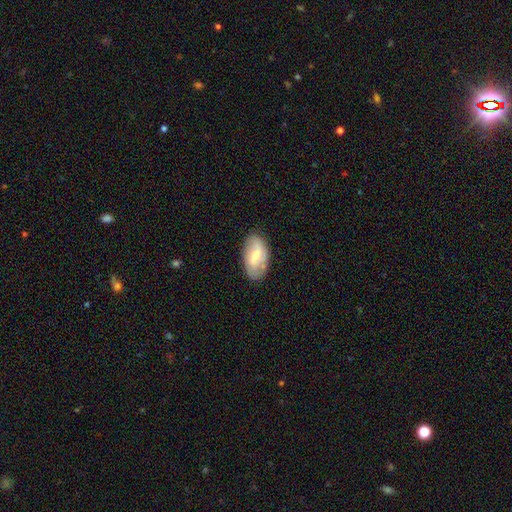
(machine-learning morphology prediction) This appears to be a smooth galaxy with no disk features (49%). Merging: none (75%).